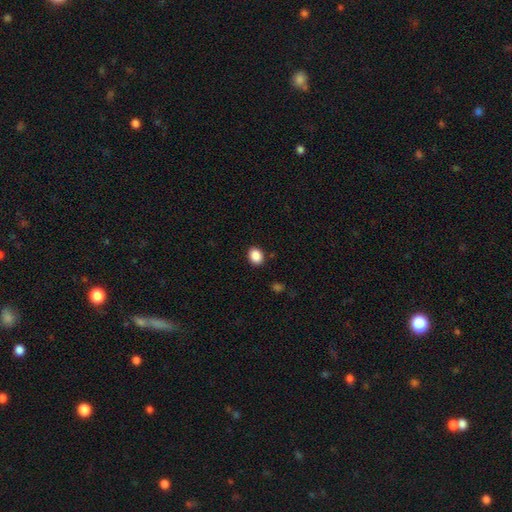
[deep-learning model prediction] Smooth or featured?
  - smooth: 89% *
  - star or artifact: 8%
  - featured or disk: 3%
How rounded?
  - in between: 55% *
  - round: 44%
  - cigar-shaped: 1%
Merging?
  - none: 89% *
  - minor disturbance: 8%
  - major disturbance: 2%
  - merger: 1%